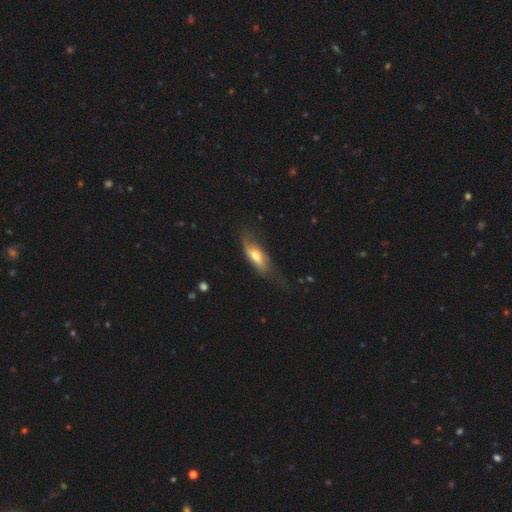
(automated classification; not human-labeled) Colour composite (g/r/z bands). It shows a smooth galaxy with no disk features (52%) that is in between round and cigar-shaped (66%). Merging: none (43%).